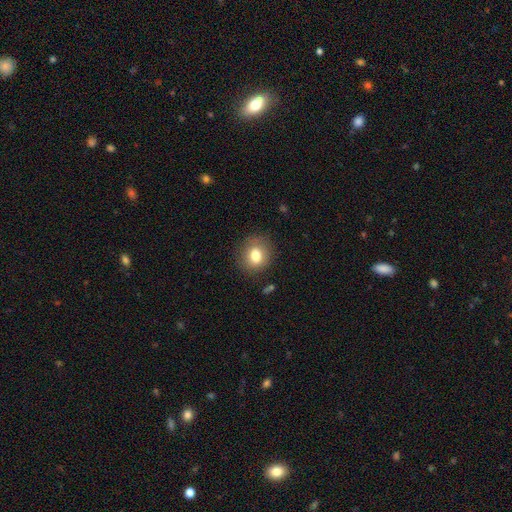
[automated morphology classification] Q: Smooth or featured?
A: smooth (79%); runner-up: featured or disk (11%)
Q: How rounded?
A: round (70%); runner-up: in between (30%)
Q: Merging?
A: none (84%); runner-up: minor disturbance (11%)